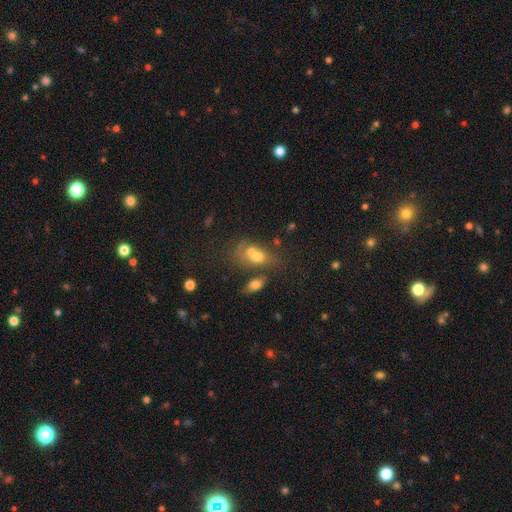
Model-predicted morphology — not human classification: A smooth galaxy with no disk features (65%) that is in between round and cigar-shaped (74%). Merging: merger (49%).